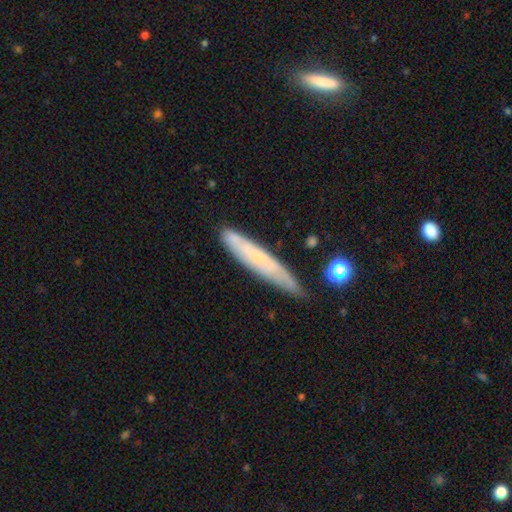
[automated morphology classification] Smooth or featured? smooth (48%)
Merging? none (64%)